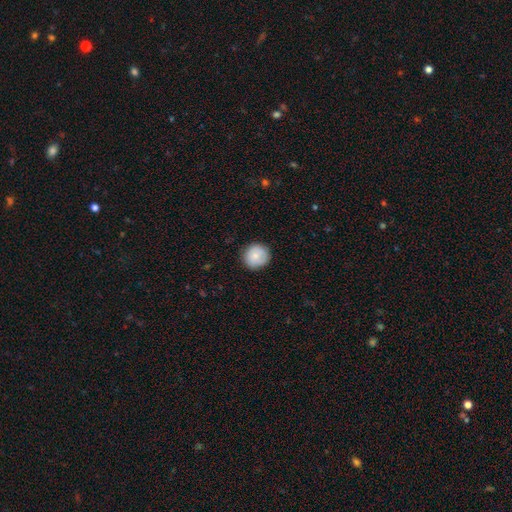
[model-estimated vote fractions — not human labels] A smooth galaxy with no disk features (83%) that is round (93%).

Vote fractions:
- Smooth or featured? smooth: 83% / featured or disk: 10% / star or artifact: 7%
- How rounded? round: 93% / in between: 6% / cigar-shaped: 1%
- Merging? none: 87% / minor disturbance: 10% / major disturbance: 2% / merger: 1%